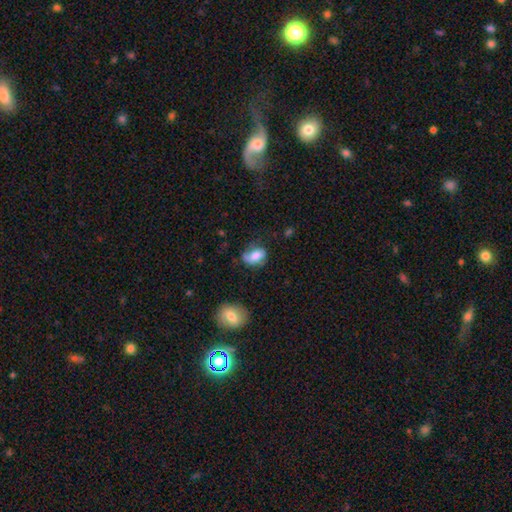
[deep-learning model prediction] Overall: smooth (62%; featured or disk 30%). How rounded: in between (73%). Merging: none (48%; minor disturbance 32%).